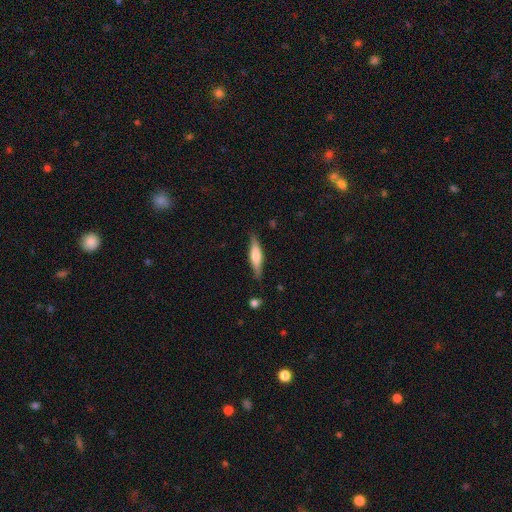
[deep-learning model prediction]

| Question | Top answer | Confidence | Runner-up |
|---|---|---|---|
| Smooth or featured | smooth | 52% | featured or disk (42%) |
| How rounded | cigar-shaped | 69% | in between (29%) |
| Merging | none | 81% | minor disturbance (14%) |